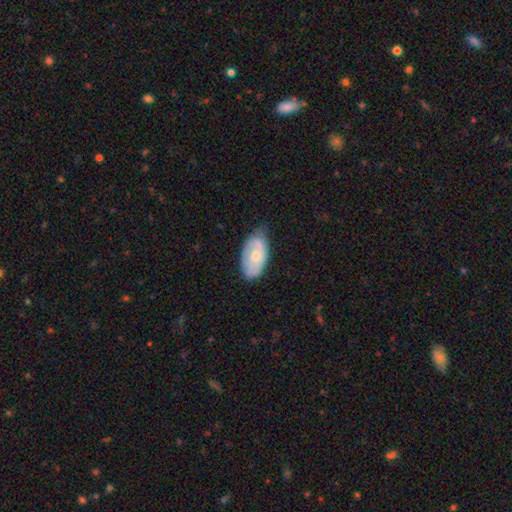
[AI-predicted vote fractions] A featured or disk galaxy (48%). Merging: none (62%).